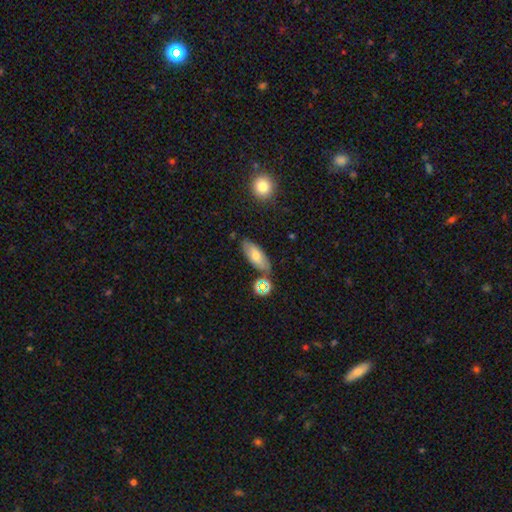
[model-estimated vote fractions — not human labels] Morphology: type=smooth (67%); roundness=in between (78%); merging=none (74%).